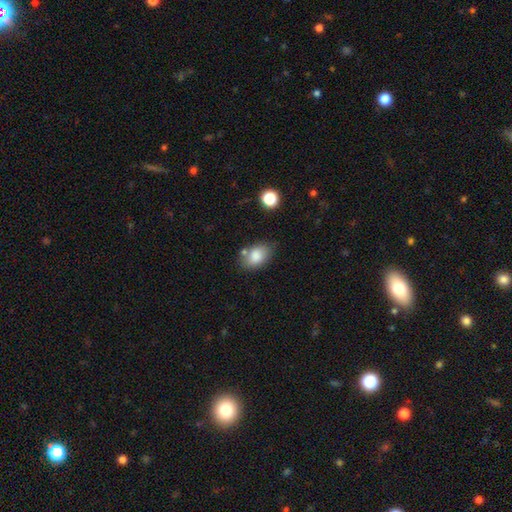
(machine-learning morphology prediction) Q: Smooth or featured?
A: smooth (83%); runner-up: featured or disk (9%)
Q: How rounded?
A: in between (86%); runner-up: round (13%)
Q: Merging?
A: none (66%); runner-up: minor disturbance (20%)